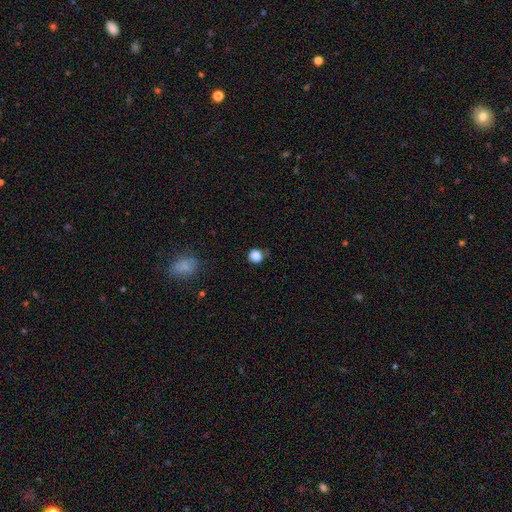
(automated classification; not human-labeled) Smooth or featured? smooth (85%)
How rounded? round (93%)
Merging? none (82%)